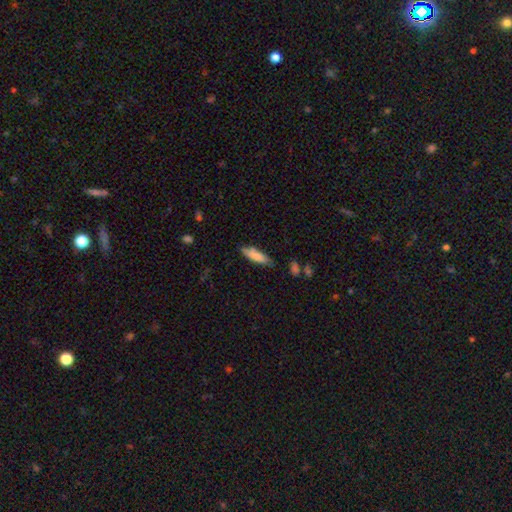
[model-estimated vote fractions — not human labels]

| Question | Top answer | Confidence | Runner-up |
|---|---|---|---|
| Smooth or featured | smooth | 82% | featured or disk (12%) |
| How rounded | cigar-shaped | 59% | in between (39%) |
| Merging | none | 76% | minor disturbance (19%) |